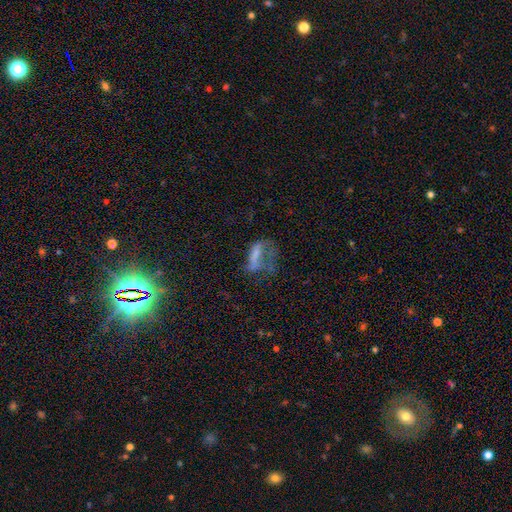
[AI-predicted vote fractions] This appears to be a smooth galaxy with no disk features (43%). Merging: major disturbance (54%).